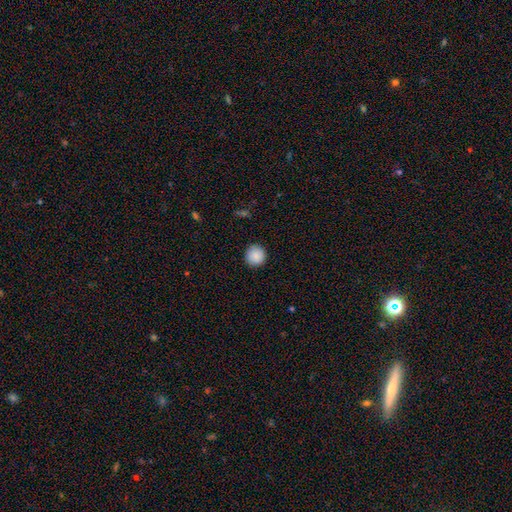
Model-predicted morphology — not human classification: Overall: smooth (89%). How rounded: round (95%). Merging: none (91%).